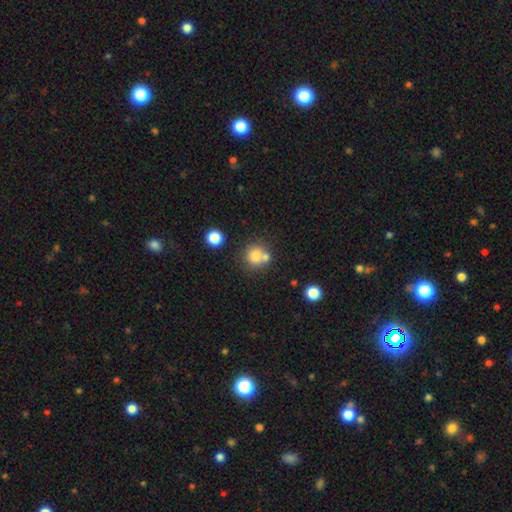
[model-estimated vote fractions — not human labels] smooth-or-featured: smooth: 78% | star or artifact: 12% | featured or disk: 10%
  how-rounded: round: 90% | in between: 9% | cigar-shaped: 1%
  merging: none: 58% | merger: 29% | minor disturbance: 9% | major disturbance: 4%